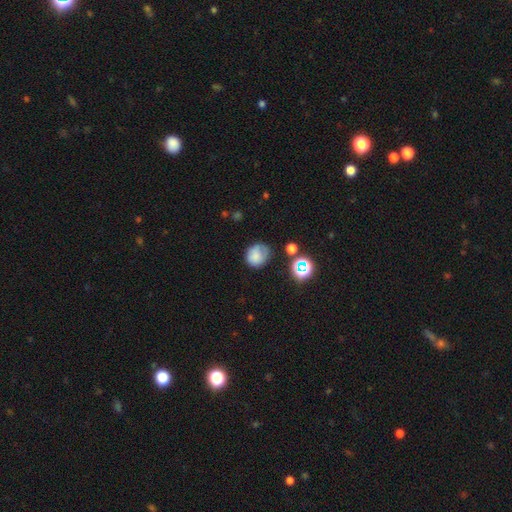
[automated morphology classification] smooth-or-featured: smooth: 74% | star or artifact: 13% | featured or disk: 13%
  how-rounded: round: 75% | in between: 24% | cigar-shaped: 1%
  merging: none: 57% | minor disturbance: 27% | major disturbance: 11% | merger: 4%